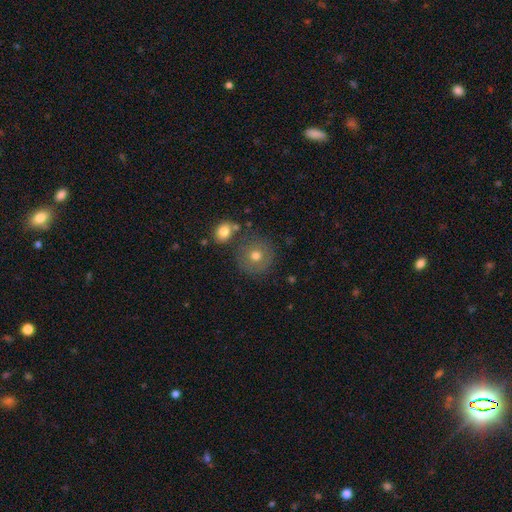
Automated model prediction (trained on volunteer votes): Smooth or featured? Predicted: smooth (p=0.67). How rounded? Predicted: round (p=0.93). Merging? Predicted: none (p=0.76).